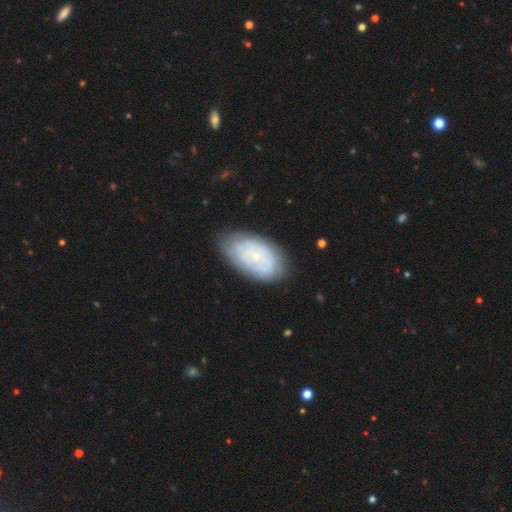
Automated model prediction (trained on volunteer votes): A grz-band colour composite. It shows a featured or disk galaxy (57%) with no bar (87%), spiral arms (57%) and a small central bulge (80%). Merging: none (71%).